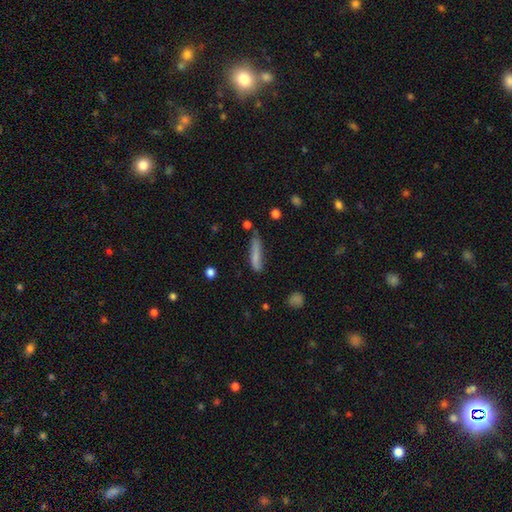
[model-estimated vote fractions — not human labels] A smooth galaxy with no disk features (74%) that is cigar-shaped (82%).

Vote fractions:
- Smooth or featured? smooth: 74% / featured or disk: 19% / star or artifact: 8%
- How rounded? cigar-shaped: 82% / in between: 16% / round: 2%
- Merging? none: 55% / minor disturbance: 29% / major disturbance: 9% / merger: 6%